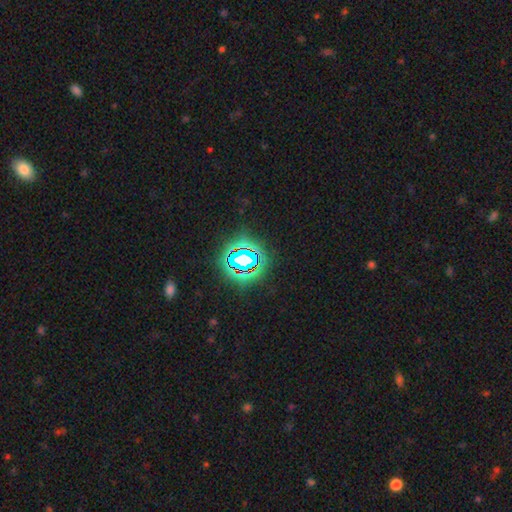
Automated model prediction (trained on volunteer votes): A star or artifact, not a galaxy (80%).

Vote fractions:
- Smooth or featured? star or artifact: 80% / smooth: 13% / featured or disk: 7%